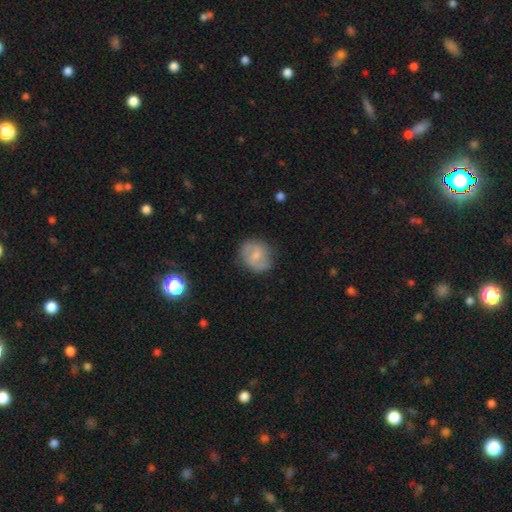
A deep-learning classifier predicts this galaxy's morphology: Smooth or featured?
  - featured or disk: 49% *
  - smooth: 44%
  - star or artifact: 8%
Merging?
  - none: 78% *
  - minor disturbance: 16%
  - major disturbance: 5%
  - merger: 1%